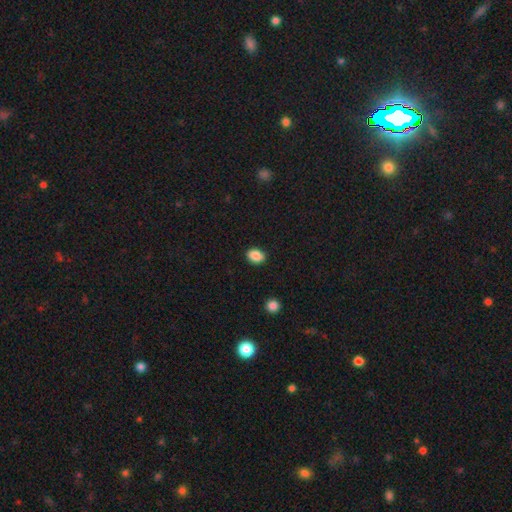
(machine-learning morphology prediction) This is clearly a smooth galaxy (88%). How rounded: likely in between (66%). Merging: clearly none (88%).